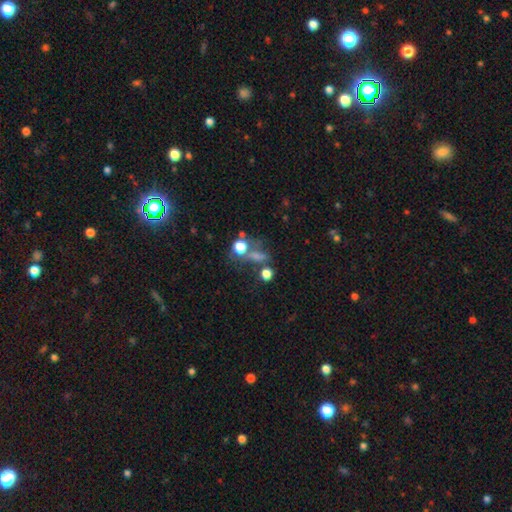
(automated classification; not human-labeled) The model was most divided on "smooth or featured": star or artifact: 44%, smooth: 39%, featured or disk: 17%.